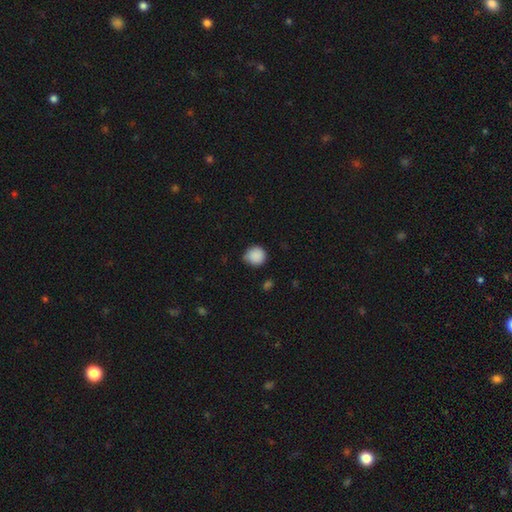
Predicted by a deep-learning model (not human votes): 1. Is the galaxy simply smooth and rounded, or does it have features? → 88% smooth, 8% star or artifact, 4% featured or disk.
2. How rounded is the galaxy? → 90% round, 9% in between, 1% cigar-shaped.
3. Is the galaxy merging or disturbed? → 73% none, 21% minor disturbance, 4% major disturbance, 2% merger.